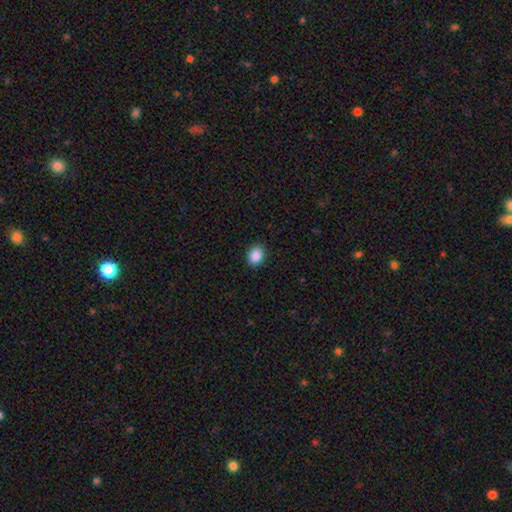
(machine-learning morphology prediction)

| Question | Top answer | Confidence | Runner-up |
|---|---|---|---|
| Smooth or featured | smooth | 89% | star or artifact (8%) |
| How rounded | round | 50% | in between (49%) |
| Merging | none | 89% | minor disturbance (8%) |